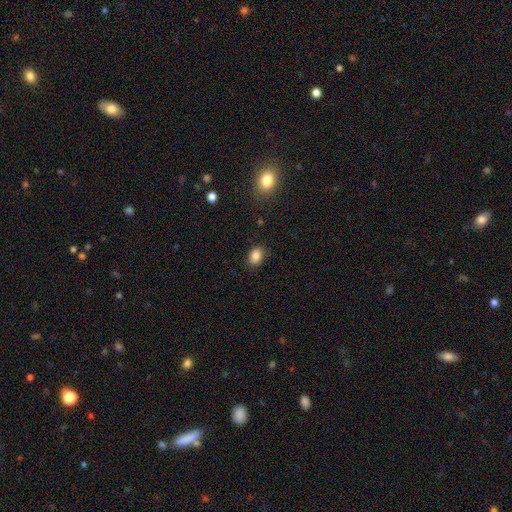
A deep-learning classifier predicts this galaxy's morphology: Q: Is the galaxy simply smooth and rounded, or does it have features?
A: smooth — 85%.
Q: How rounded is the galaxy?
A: in between — 78%.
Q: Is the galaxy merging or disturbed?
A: none — 84%.